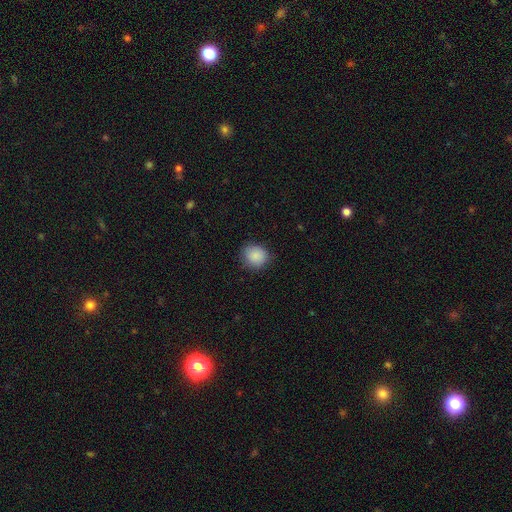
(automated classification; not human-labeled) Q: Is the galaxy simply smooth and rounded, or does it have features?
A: smooth — 88%.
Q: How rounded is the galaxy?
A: round — 83%.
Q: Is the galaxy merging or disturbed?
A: none — 84%.